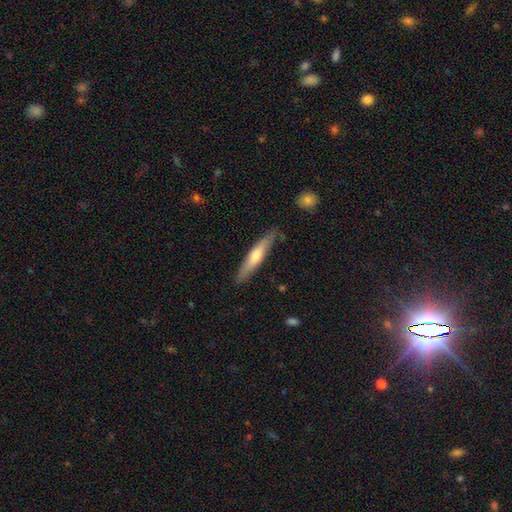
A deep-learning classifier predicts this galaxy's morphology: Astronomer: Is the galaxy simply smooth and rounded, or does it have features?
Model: smooth — 49% (runner-up: featured or disk, 45%).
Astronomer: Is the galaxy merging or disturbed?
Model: none — 82%.